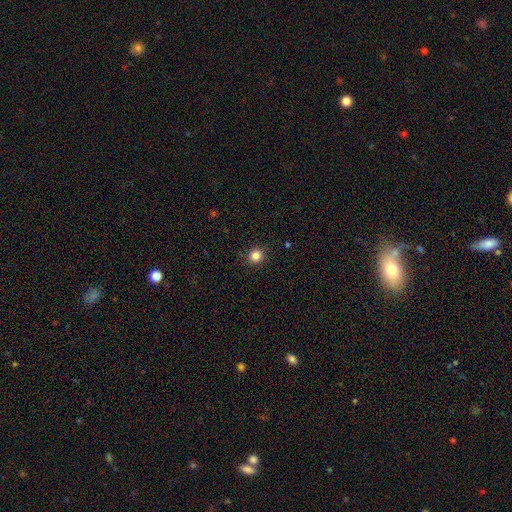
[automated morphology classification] type=smooth (84%); roundness=round (91%); merging=none (90%).